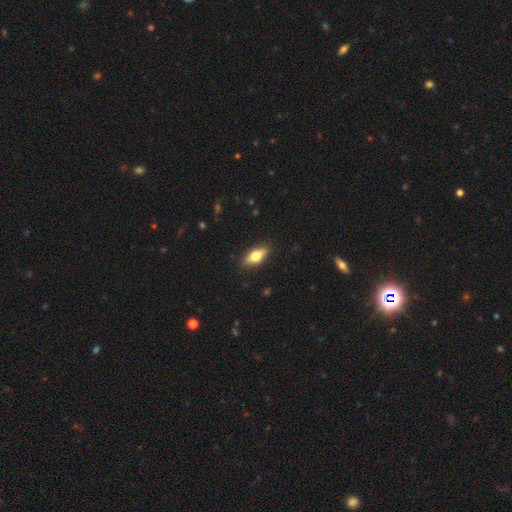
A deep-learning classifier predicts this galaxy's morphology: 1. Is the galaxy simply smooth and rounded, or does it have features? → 66% smooth, 27% featured or disk, 7% star or artifact.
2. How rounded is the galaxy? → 79% in between, 17% cigar-shaped, 4% round.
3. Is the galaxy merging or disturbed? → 87% none, 10% minor disturbance, 2% major disturbance, 1% merger.